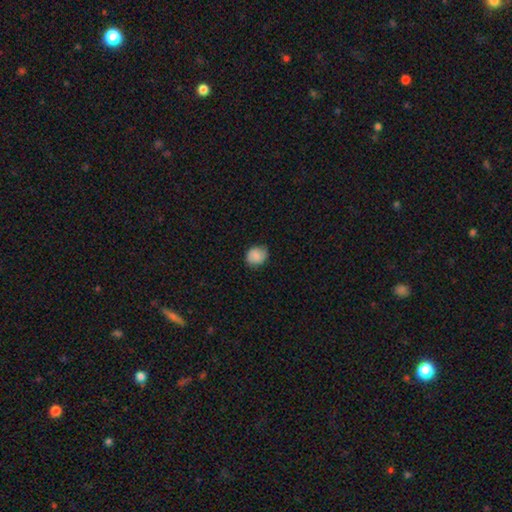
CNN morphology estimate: This is likely a smooth galaxy (79%). How rounded: likely round (66%). Merging: clearly none (81%).